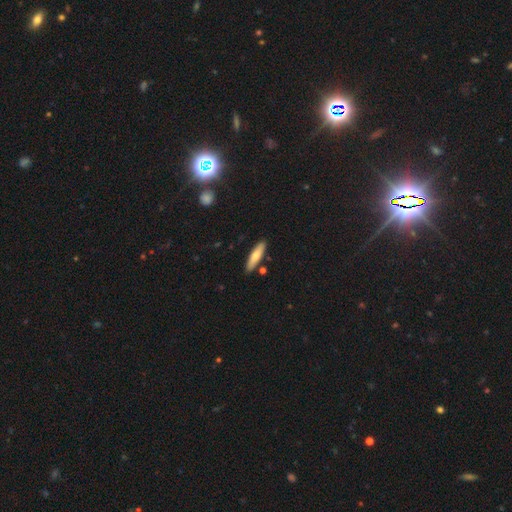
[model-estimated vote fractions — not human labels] Smooth or featured? Predicted: smooth (p=0.71). How rounded? Predicted: cigar-shaped (p=0.75). Merging? Predicted: none (p=0.85).